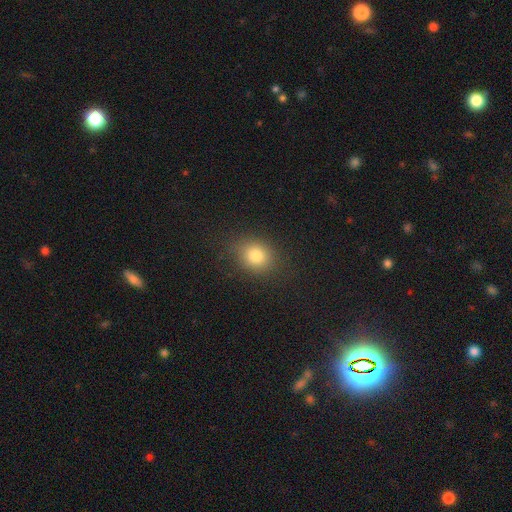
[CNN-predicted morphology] This appears to be a smooth galaxy with no disk features (80%) that is round (65%). Merging: none (84%).